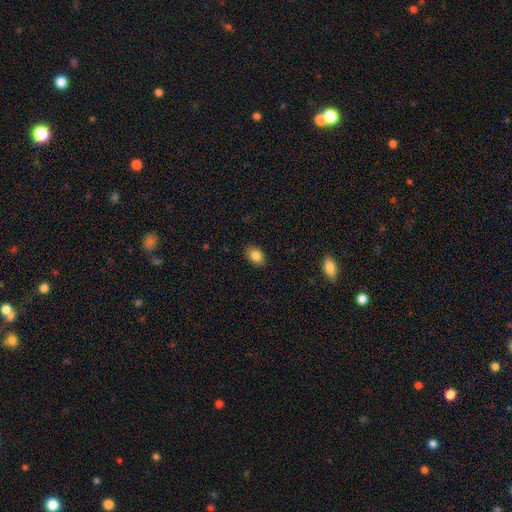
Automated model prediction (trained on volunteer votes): A smooth galaxy with no disk features (85%) that is in between round and cigar-shaped (77%). Merging: none (88%).